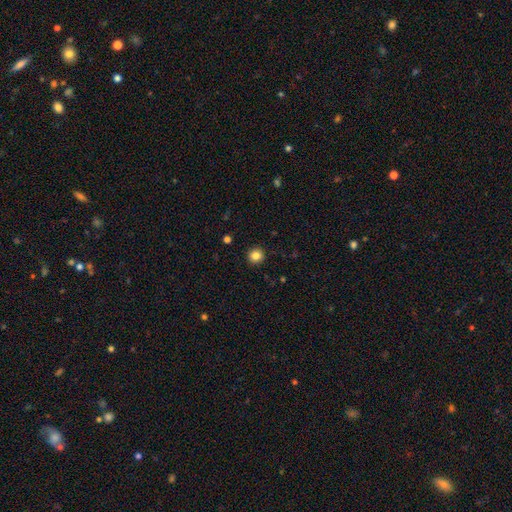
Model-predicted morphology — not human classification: Smooth or featured: smooth — 84% (star or artifact — 11%)
How rounded: round — 94% (in between — 5%)
Merging: none — 93% (minor disturbance — 5%)